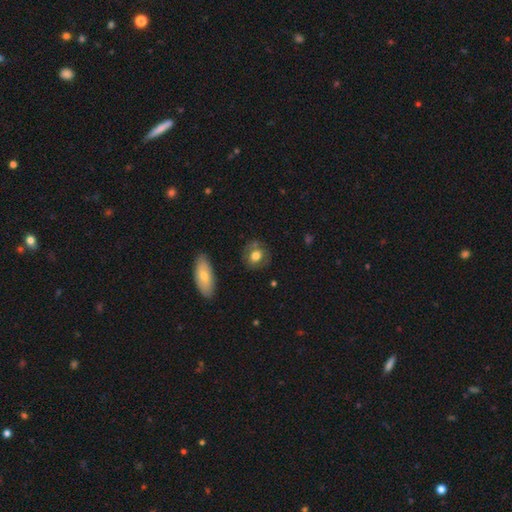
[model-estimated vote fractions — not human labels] This appears to be a smooth galaxy with no disk features (71%) that is round (65%). Merging: none (74%).